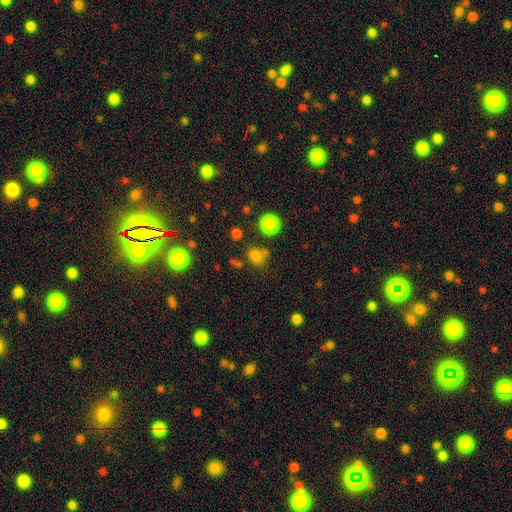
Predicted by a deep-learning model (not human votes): smooth-or-featured: smooth: 74% | star or artifact: 20% | featured or disk: 6%
  how-rounded: round: 67% | in between: 32% | cigar-shaped: 1%
  merging: none: 66% | minor disturbance: 14% | merger: 14% | major disturbance: 6%